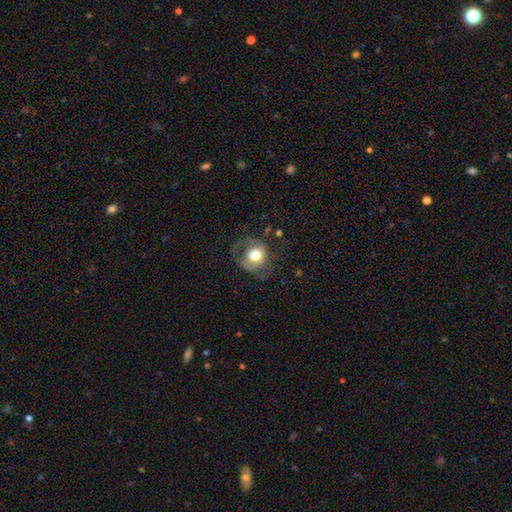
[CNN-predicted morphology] This appears to be a smooth galaxy with no disk features (57%) that is round (77%). Merging: none (50%).